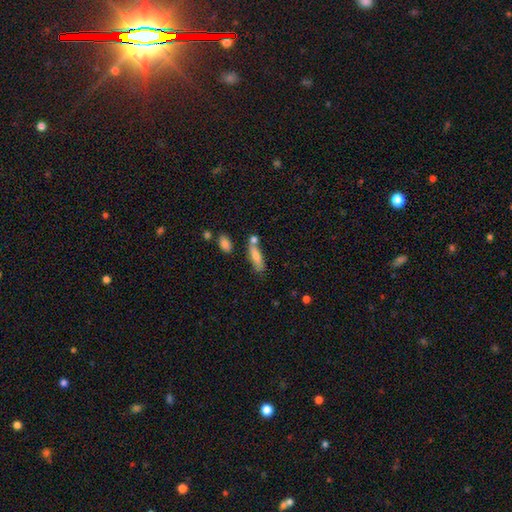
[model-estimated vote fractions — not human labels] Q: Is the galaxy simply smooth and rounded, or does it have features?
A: smooth — 77%.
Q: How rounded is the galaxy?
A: cigar-shaped — 54%.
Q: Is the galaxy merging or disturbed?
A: none — 57%.